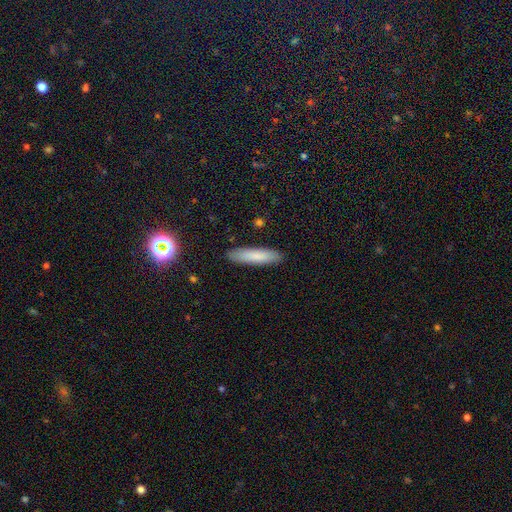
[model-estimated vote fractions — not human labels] smooth 77%, featured or disk 15%, star or artifact 9%. Down the decision tree: how rounded — cigar-shaped (84%); merging — none (90%).